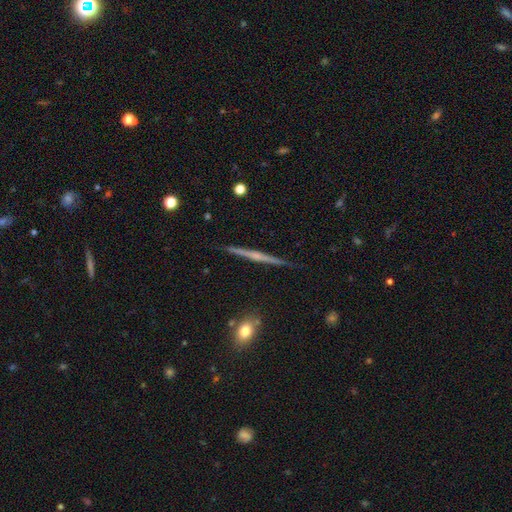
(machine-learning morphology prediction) Smooth or featured: featured or disk — 72% (smooth — 21%)
Edge-on disk: yes — 98% (no — 2%)
Edge-on bulge: rounded — 49% (none — 42%)
Merging: none — 90% (minor disturbance — 7%)